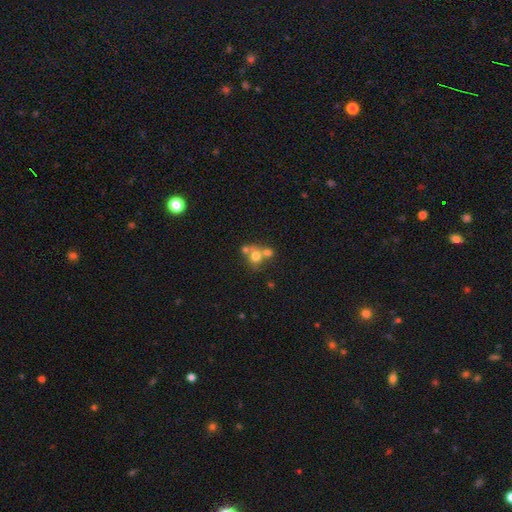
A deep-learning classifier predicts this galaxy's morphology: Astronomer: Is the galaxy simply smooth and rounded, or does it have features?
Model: smooth — 65%.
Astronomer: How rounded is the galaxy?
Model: round — 77%.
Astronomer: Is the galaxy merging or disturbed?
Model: merger — 54% (runner-up: none, 34%).